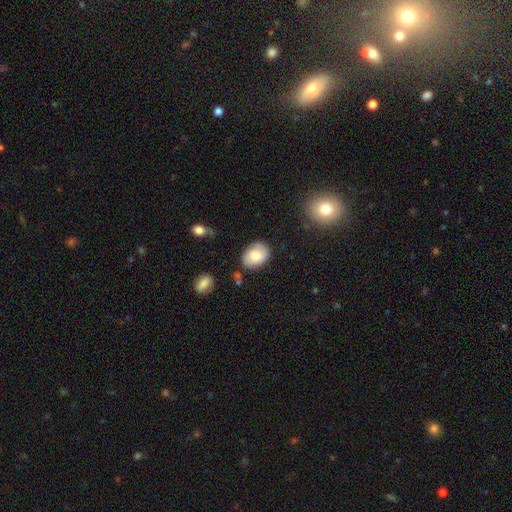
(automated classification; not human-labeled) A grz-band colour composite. It shows a smooth galaxy with no disk features (78%) that is in between round and cigar-shaped (80%). Merging: none (75%).